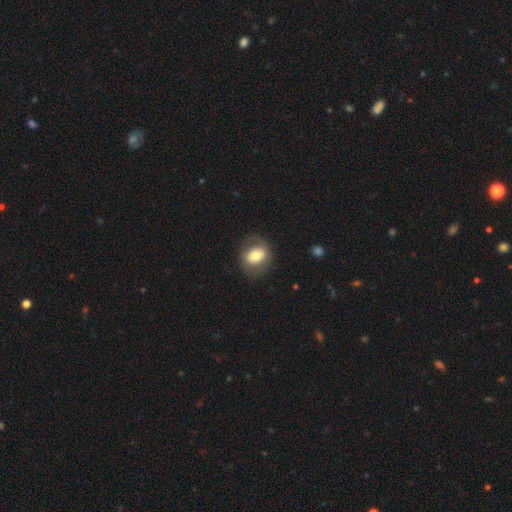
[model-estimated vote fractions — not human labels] Smooth or featured? Predicted: smooth (p=0.65). How rounded? Predicted: round (p=0.55). Merging? Predicted: none (p=0.78).